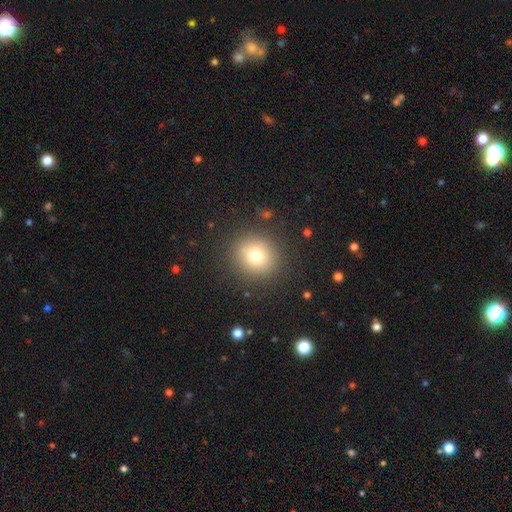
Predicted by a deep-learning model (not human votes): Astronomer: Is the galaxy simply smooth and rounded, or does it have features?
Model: smooth — 75%.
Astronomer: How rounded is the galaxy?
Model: round — 91%.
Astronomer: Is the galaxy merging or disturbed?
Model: none — 88%.